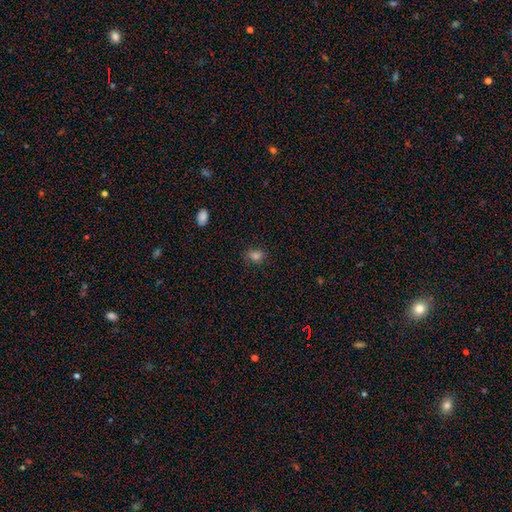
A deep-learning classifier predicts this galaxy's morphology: smooth_or_featured: smooth (p=0.79) [alt: star or artifact p=0.15]
how_rounded: round (p=0.50) [alt: in between p=0.48]
merging: none (p=0.77) [alt: minor disturbance p=0.17]